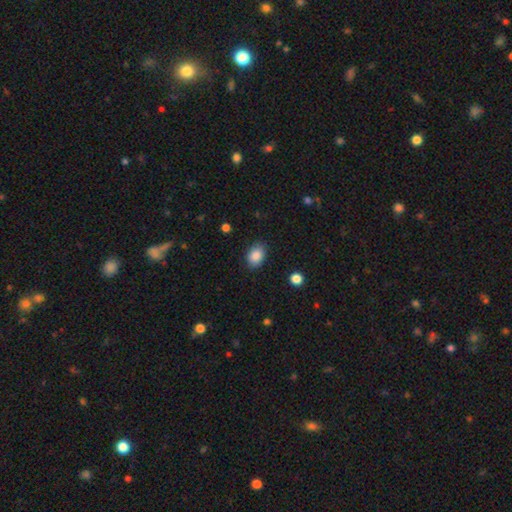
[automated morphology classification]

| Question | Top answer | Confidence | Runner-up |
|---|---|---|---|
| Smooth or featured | smooth | 88% | star or artifact (8%) |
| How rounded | in between | 77% | round (22%) |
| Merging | none | 86% | minor disturbance (10%) |